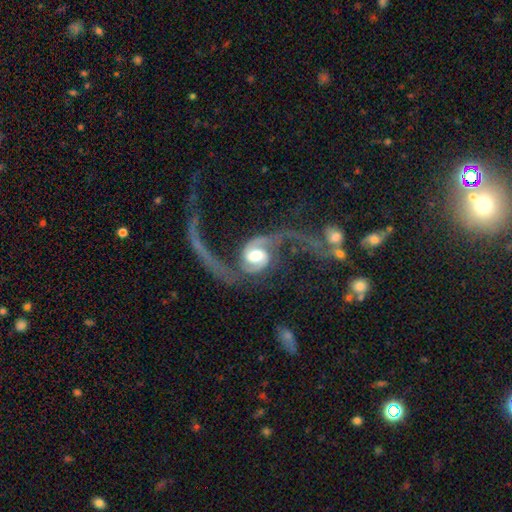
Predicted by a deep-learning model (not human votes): smooth-or-featured: featured or disk: 89% | smooth: 6% | star or artifact: 4%
  disk-edge-on: no: 97% | yes: 3%
    bar: weak: 40% | no: 37% | strong: 23%
    has-spiral-arms: yes: 96% | no: 4%
      spiral-winding: loose: 66% | medium: 26% | tight: 8%
      spiral-arm-count: 2: 92% | 1: 2% | can't tell: 2% | 3: 1% | 4: 1% | more than 4: 1%
    bulge-size: moderate: 61% | large: 26% | small: 8% | dominant: 3% | none: 1%
  merging: none: 42% | major disturbance: 38% | minor disturbance: 12% | merger: 8%